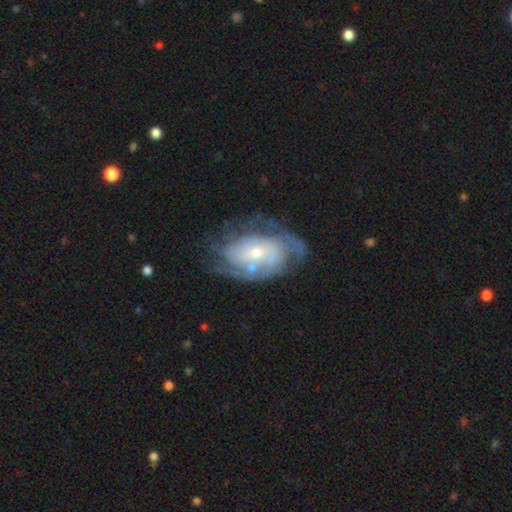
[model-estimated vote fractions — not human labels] Q: Smooth or featured?
A: featured or disk (79%); runner-up: smooth (13%)
Q: Edge-on disk?
A: no (95%); runner-up: yes (5%)
Q: Bar?
A: no (71%); runner-up: weak (23%)
Q: Spiral arms?
A: yes (89%); runner-up: no (11%)
Q: Spiral winding?
A: tight (59%); runner-up: medium (30%)
Q: Spiral arm count?
A: can't tell (43%); runner-up: 2 (19%)
Q: Bulge size?
A: small (62%); runner-up: moderate (32%)
Q: Merging?
A: none (64%); runner-up: minor disturbance (21%)